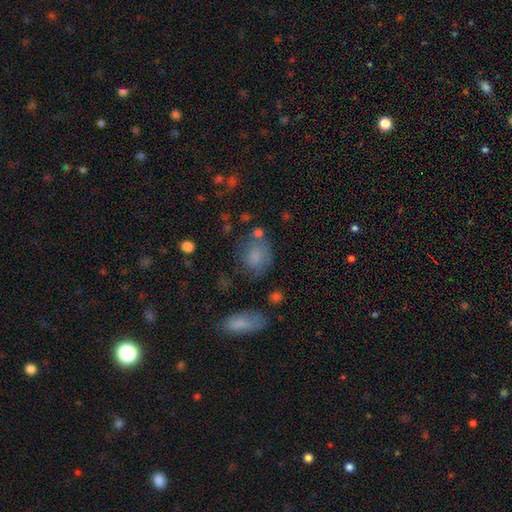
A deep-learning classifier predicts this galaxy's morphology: A smooth galaxy with no disk features (75%) that is in between round and cigar-shaped (58%). Merging: none (53%).